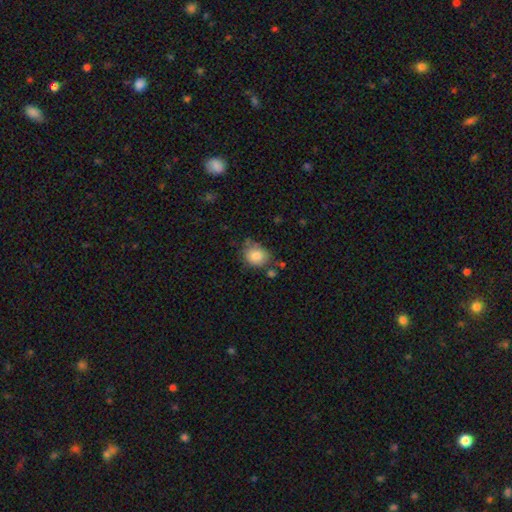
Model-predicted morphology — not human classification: smooth-or-featured: smooth: 84% | featured or disk: 8% | star or artifact: 8%
  how-rounded: round: 64% | in between: 35% | cigar-shaped: 1%
  merging: none: 58% | minor disturbance: 26% | merger: 8% | major disturbance: 7%